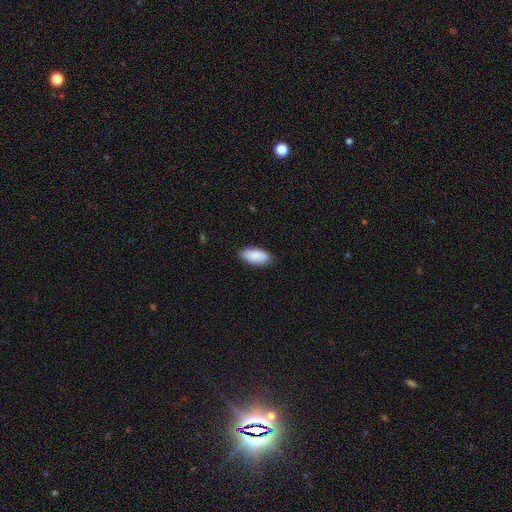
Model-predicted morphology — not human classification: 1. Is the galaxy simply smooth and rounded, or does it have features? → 89% smooth, 6% star or artifact, 5% featured or disk.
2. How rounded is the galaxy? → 91% in between, 7% cigar-shaped, 2% round.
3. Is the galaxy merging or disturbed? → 86% none, 11% minor disturbance, 2% major disturbance, 1% merger.